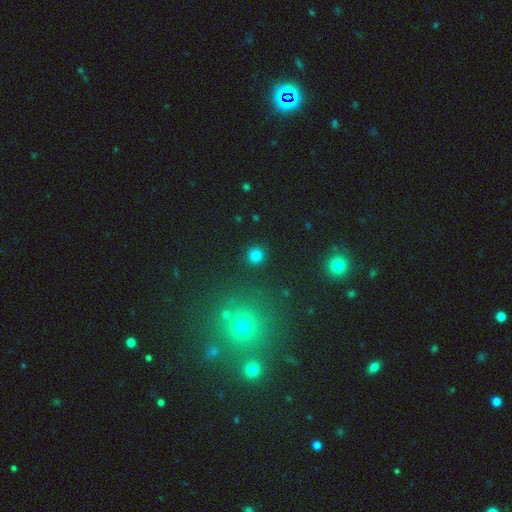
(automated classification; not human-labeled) A smooth galaxy with no disk features (81%) that is round (94%). Merging: none (91%).